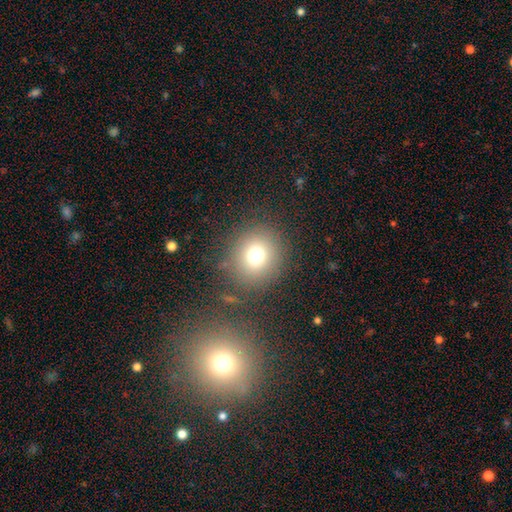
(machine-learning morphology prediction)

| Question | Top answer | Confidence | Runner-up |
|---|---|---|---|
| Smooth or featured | smooth | 73% | star or artifact (17%) |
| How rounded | round | 86% | in between (13%) |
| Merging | none | 82% | minor disturbance (9%) |